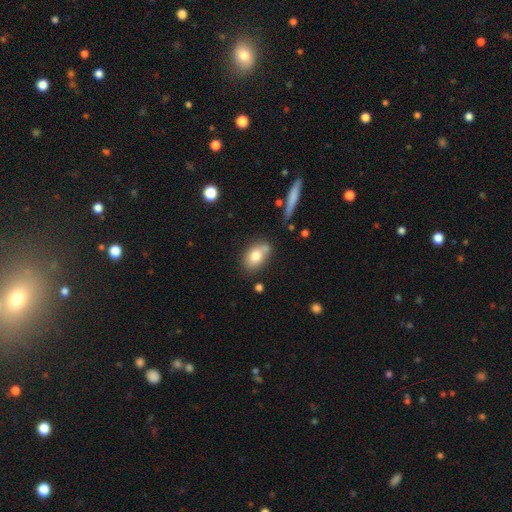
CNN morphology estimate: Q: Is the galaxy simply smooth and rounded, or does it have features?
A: smooth — 76%.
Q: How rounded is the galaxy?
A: in between — 82%.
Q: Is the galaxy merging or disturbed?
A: none — 62%.